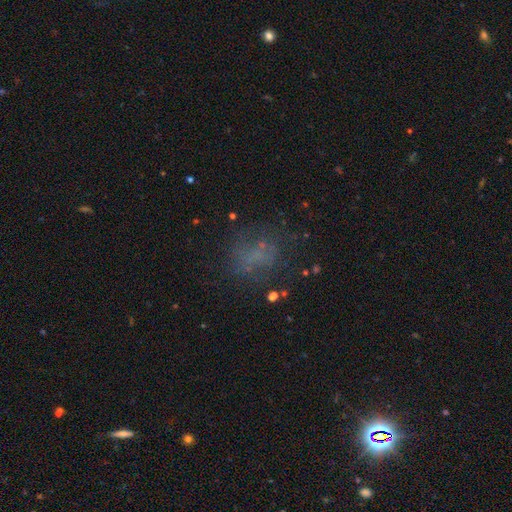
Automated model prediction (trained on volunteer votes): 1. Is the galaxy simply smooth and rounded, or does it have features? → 43% smooth, 29% featured or disk, 28% star or artifact.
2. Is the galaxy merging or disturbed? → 60% none, 20% major disturbance, 17% minor disturbance, 4% merger.